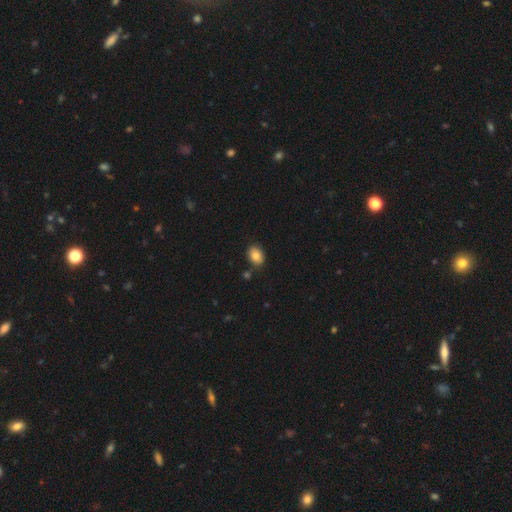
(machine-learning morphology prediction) smooth-or-featured: smooth: 84% | star or artifact: 9% | featured or disk: 8%
  how-rounded: in between: 76% | round: 23% | cigar-shaped: 1%
  merging: none: 83% | minor disturbance: 11% | merger: 4% | major disturbance: 2%